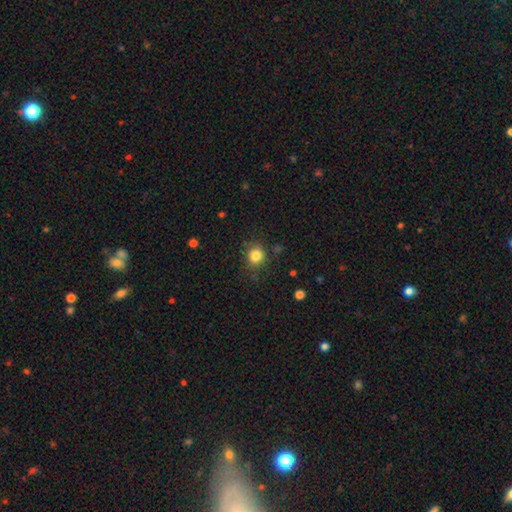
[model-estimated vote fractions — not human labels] Smooth or featured?
  - smooth: 83% *
  - star or artifact: 11%
  - featured or disk: 6%
How rounded?
  - round: 80% *
  - in between: 19%
  - cigar-shaped: 1%
Merging?
  - none: 81% *
  - minor disturbance: 14%
  - major disturbance: 4%
  - merger: 2%